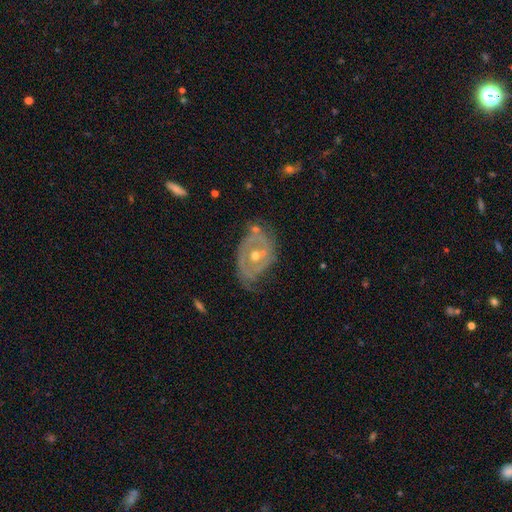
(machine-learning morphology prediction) This appears to be a featured or disk galaxy (80%) with no bar (65%), 2 (46%) tight (56%) spiral arms (69%) and a moderate central bulge (65%). Merging: none (53%).